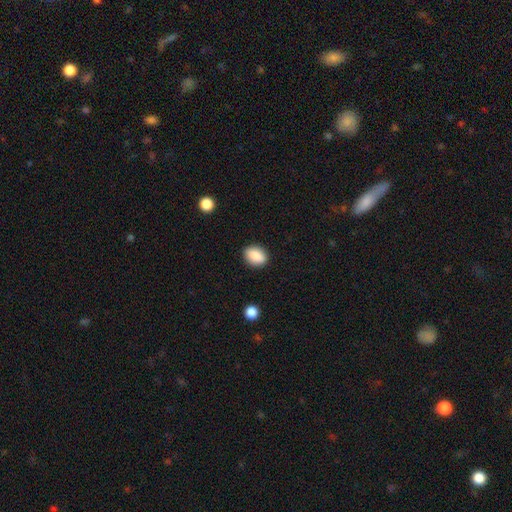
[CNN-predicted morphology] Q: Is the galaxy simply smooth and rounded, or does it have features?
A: smooth — 88%.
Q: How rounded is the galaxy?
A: in between — 73%.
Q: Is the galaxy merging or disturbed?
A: none — 87%.